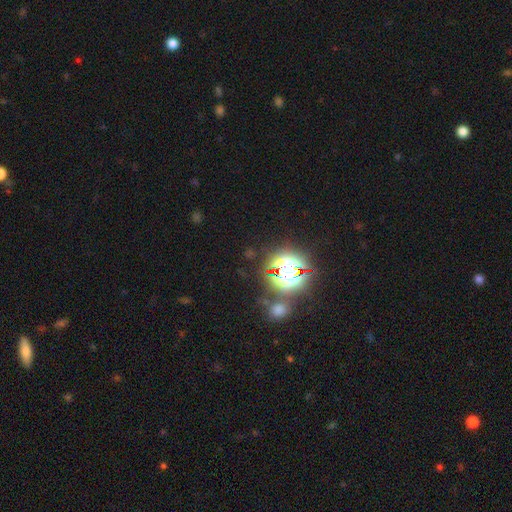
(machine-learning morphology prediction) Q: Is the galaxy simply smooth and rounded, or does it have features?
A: star or artifact — 76%.